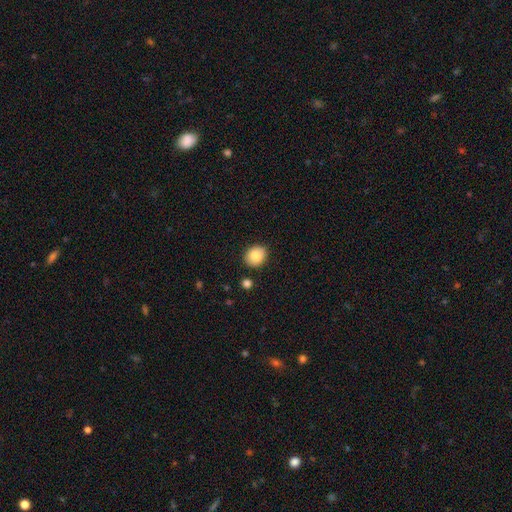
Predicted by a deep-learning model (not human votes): smooth 86%, star or artifact 8%, featured or disk 6%. Down the decision tree: how rounded — round (64%); merging — none (86%).